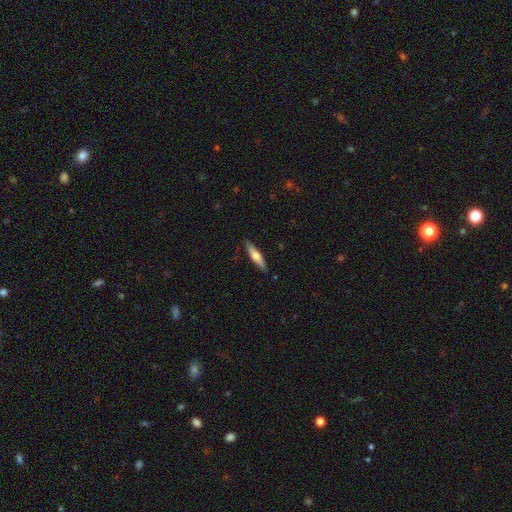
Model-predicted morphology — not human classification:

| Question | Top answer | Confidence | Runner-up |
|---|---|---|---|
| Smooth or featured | smooth | 55% | featured or disk (39%) |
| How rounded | cigar-shaped | 79% | in between (20%) |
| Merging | none | 88% | minor disturbance (9%) |